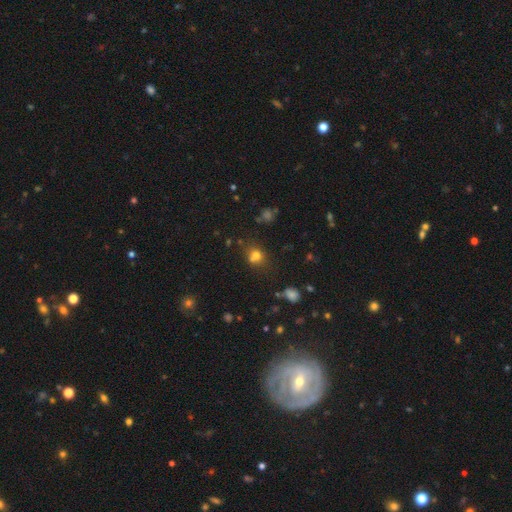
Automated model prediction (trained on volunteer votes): The model was most divided on "merging": none: 55%, merger: 27%, minor disturbance: 13%, major disturbance: 5%. More confident: how rounded — round (74%); smooth or featured — smooth (70%).